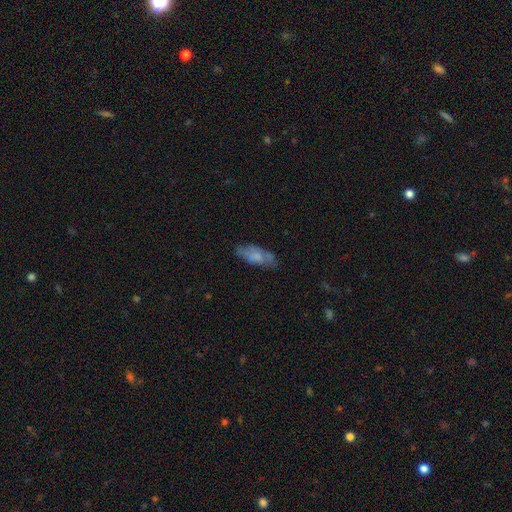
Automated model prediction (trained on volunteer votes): The model was most divided on "merging": none: 61%, minor disturbance: 26%, major disturbance: 9%, merger: 5%. More confident: how rounded — in between (75%); smooth or featured — smooth (65%).